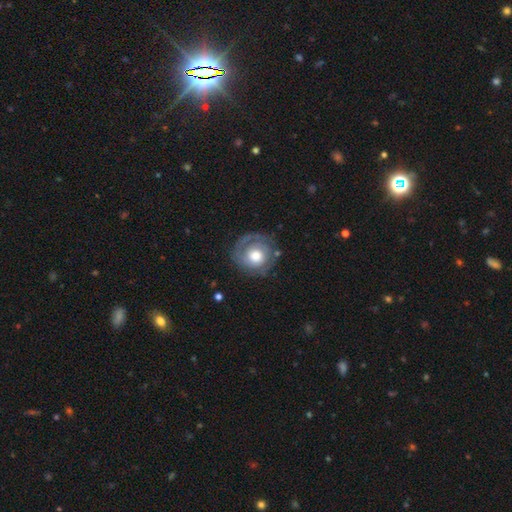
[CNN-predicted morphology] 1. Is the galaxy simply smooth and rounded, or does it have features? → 51% featured or disk, 42% smooth, 7% star or artifact.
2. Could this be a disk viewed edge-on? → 97% no, 3% yes.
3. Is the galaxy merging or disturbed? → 70% none, 18% minor disturbance, 10% major disturbance, 2% merger.